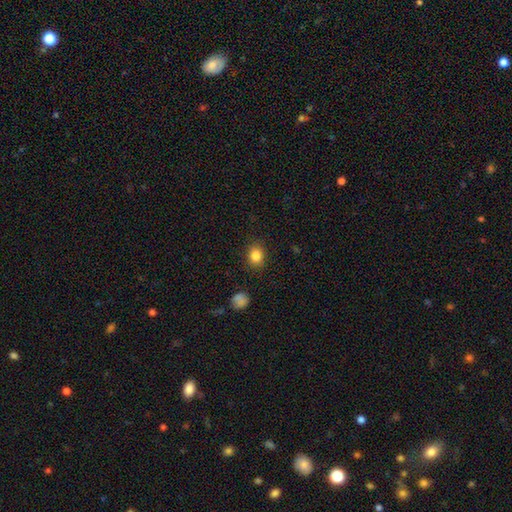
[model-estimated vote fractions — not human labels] Smooth or featured?
  - smooth: 84% *
  - star or artifact: 11%
  - featured or disk: 6%
How rounded?
  - round: 61% *
  - in between: 39%
  - cigar-shaped: 1%
Merging?
  - none: 88% *
  - minor disturbance: 9%
  - major disturbance: 2%
  - merger: 1%